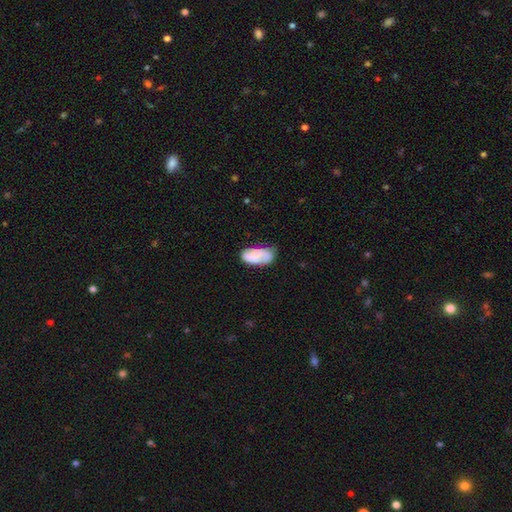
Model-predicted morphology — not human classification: smooth_or_featured: smooth (p=0.59) [alt: featured or disk p=0.34]
how_rounded: in between (p=0.93) [alt: cigar-shaped p=0.04]
merging: none (p=0.66) [alt: minor disturbance p=0.25]